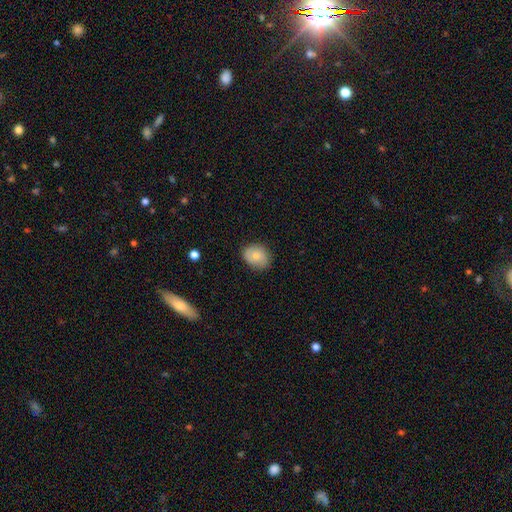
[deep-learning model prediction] This appears to be a smooth galaxy with no disk features (74%) that is in between round and cigar-shaped (51%). Merging: none (80%).